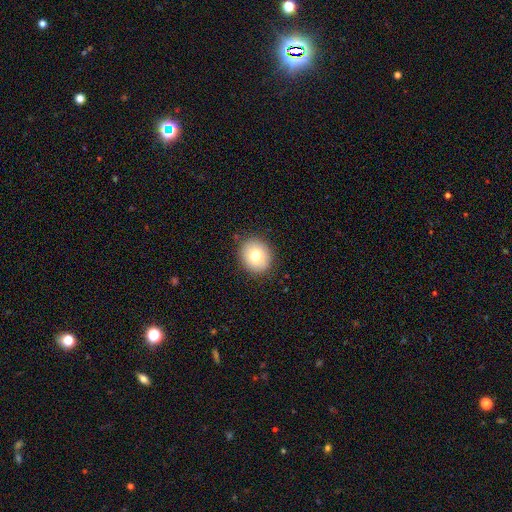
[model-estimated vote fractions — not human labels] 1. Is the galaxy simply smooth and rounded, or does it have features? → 75% smooth, 15% featured or disk, 10% star or artifact.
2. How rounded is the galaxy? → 75% round, 24% in between, 1% cigar-shaped.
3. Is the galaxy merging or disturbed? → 88% none, 9% minor disturbance, 2% major disturbance, 1% merger.